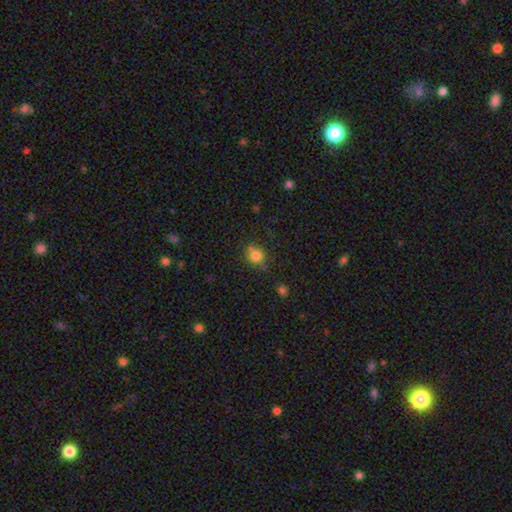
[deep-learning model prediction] Overall: smooth (81%). How rounded: round (81%). Merging: none (69%).